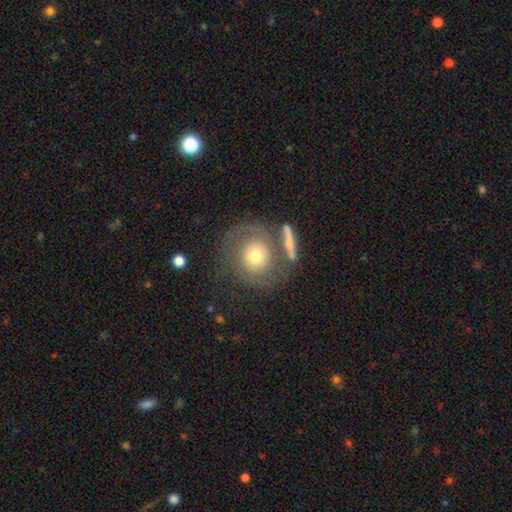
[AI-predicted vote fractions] The model was most divided on "smooth or featured": featured or disk: 51%, smooth: 41%, star or artifact: 8%. More confident: edge-on disk — no (95%); merging — none (59%).